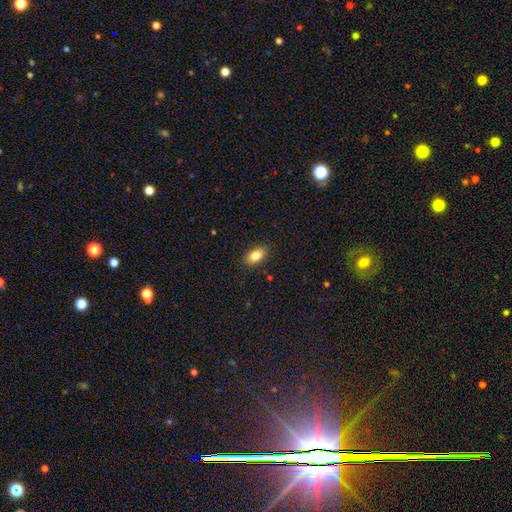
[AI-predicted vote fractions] The model was most divided on "smooth or featured": smooth: 83%, star or artifact: 8%, featured or disk: 8%. More confident: how rounded — in between (88%); merging — none (86%).